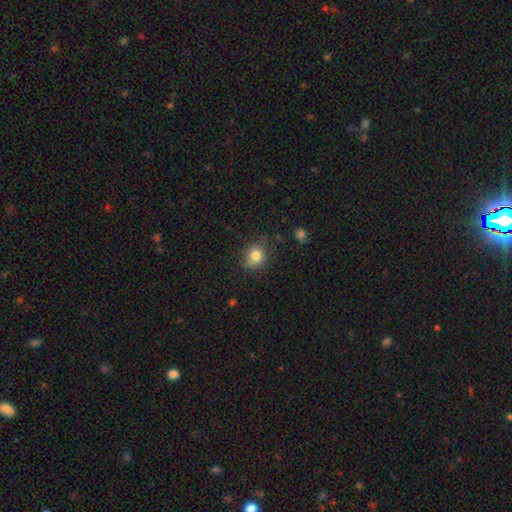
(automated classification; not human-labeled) A smooth galaxy with no disk features (81%) that is round (75%). Merging: none (75%).